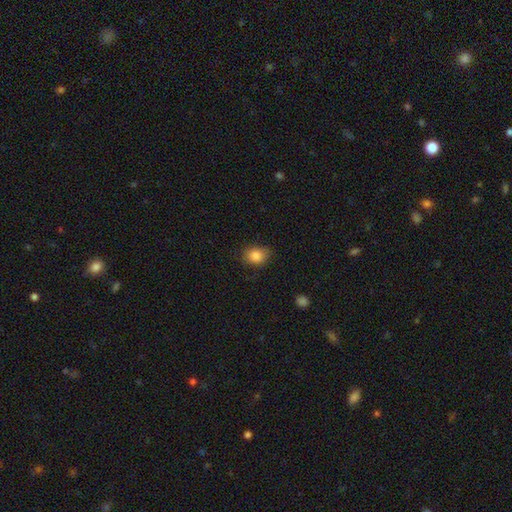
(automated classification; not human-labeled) A smooth galaxy with no disk features (86%) that is in between round and cigar-shaped (56%). Merging: none (77%).